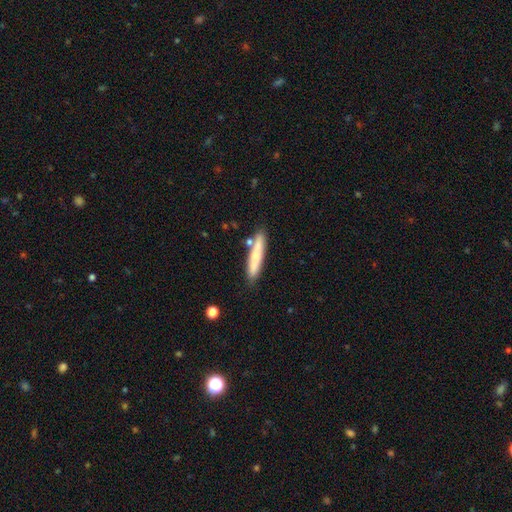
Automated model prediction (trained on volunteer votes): Q: Smooth or featured?
A: smooth (68%); runner-up: featured or disk (26%)
Q: How rounded?
A: cigar-shaped (92%); runner-up: in between (7%)
Q: Merging?
A: none (79%); runner-up: minor disturbance (12%)